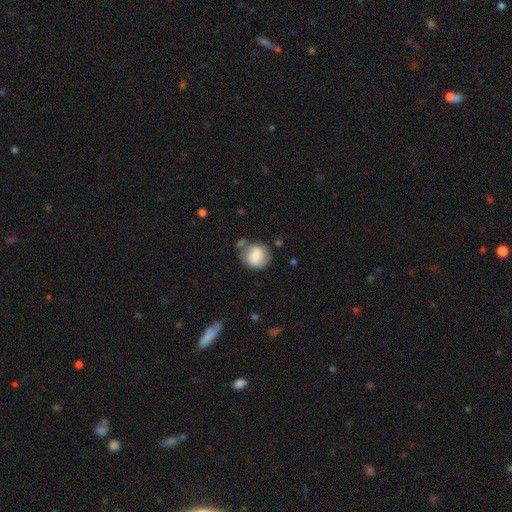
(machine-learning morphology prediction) smooth_or_featured: smooth (p=0.76) [alt: featured or disk p=0.17]
how_rounded: round (p=0.79) [alt: in between p=0.20]
merging: none (p=0.55) [alt: minor disturbance p=0.24]